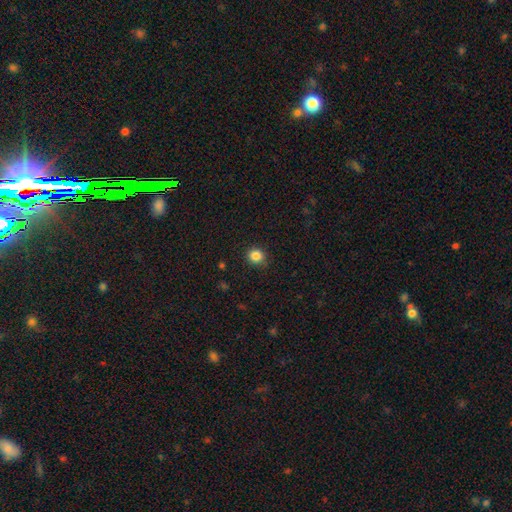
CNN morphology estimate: Smooth or featured? smooth (85%)
How rounded? round (86%)
Merging? none (86%)